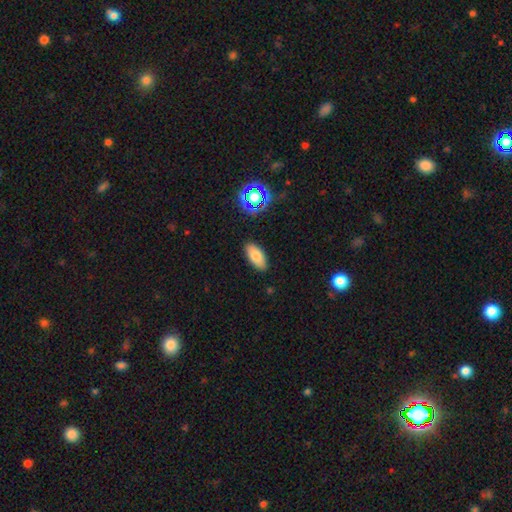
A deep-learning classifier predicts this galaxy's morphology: Overall: smooth (77%). How rounded: in between (89%). Merging: none (87%).